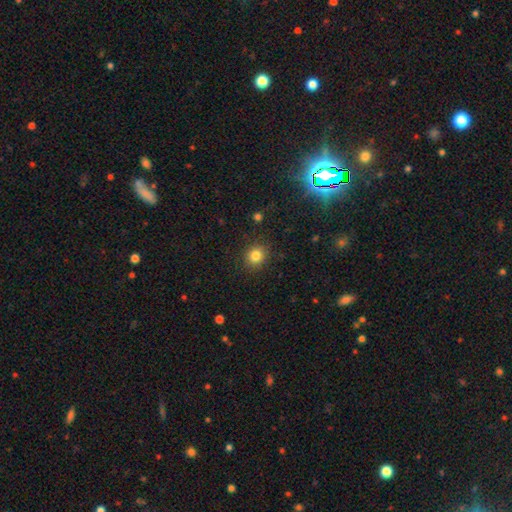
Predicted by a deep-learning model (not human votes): The model was most divided on "how rounded": round: 81%, in between: 18%, cigar-shaped: 1%. More confident: merging — none (89%); smooth or featured — smooth (82%).